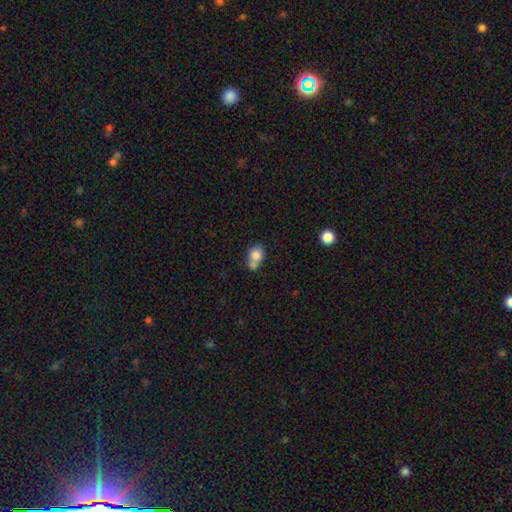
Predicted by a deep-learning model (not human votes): The model was most divided on "how rounded": in between: 56%, round: 43%, cigar-shaped: 1%. Remaining: smooth or featured — smooth (78%); merging — merger (47%).